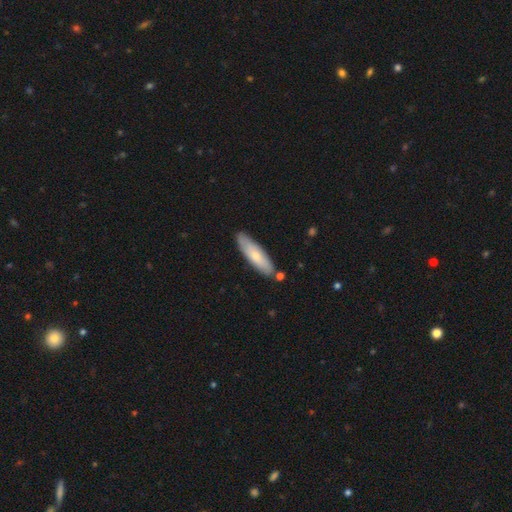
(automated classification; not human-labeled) smooth_or_featured: smooth (p=0.66) [alt: featured or disk p=0.29]
how_rounded: cigar-shaped (p=0.63) [alt: in between p=0.36]
merging: none (p=0.82) [alt: minor disturbance p=0.12]